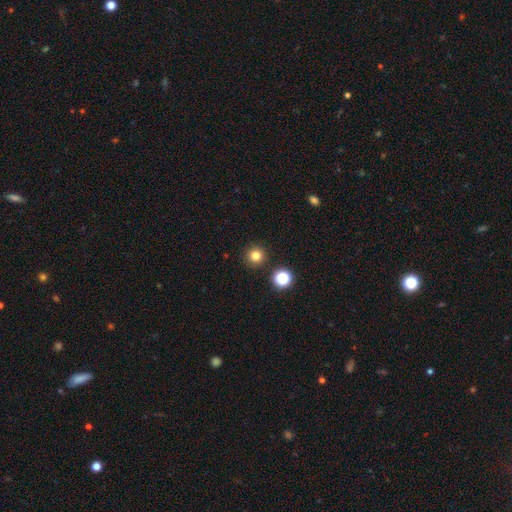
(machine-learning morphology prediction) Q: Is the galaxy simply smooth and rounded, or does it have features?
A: smooth — 79%.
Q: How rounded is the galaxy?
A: round — 96%.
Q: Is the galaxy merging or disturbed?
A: none — 90%.